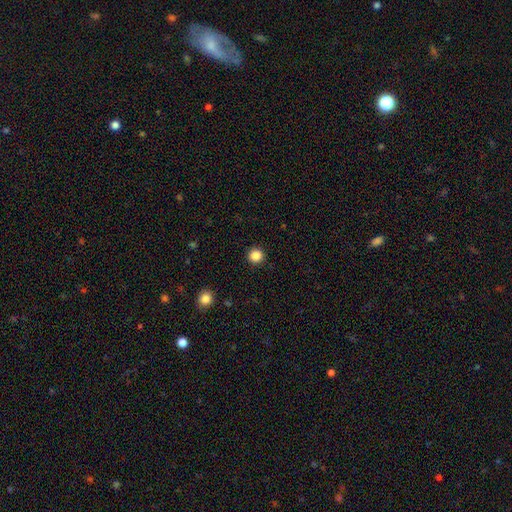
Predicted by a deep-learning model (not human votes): A smooth galaxy with no disk features (86%) that is round (94%).

Vote fractions:
- Smooth or featured? smooth: 86% / star or artifact: 11% / featured or disk: 3%
- How rounded? round: 94% / in between: 5% / cigar-shaped: 1%
- Merging? none: 93% / minor disturbance: 4% / major disturbance: 2% / merger: 1%